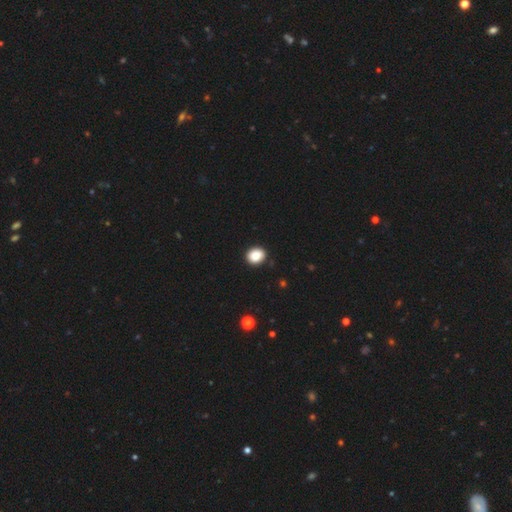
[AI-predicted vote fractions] Smooth or featured? smooth (87%)
How rounded? round (62%)
Merging? none (90%)